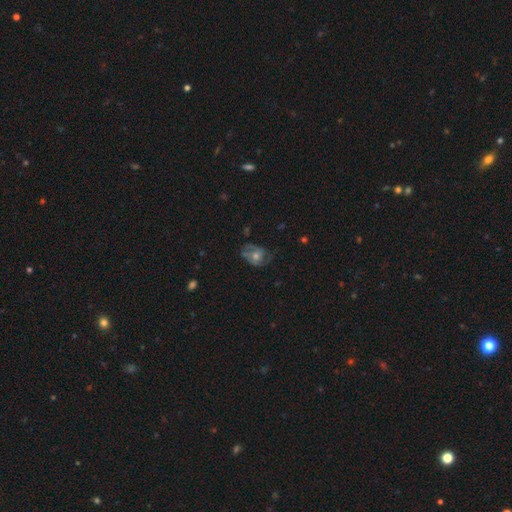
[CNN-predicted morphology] This appears to be a featured or disk galaxy (59%) with no bar (73%), spiral arms (70%) and a moderate central bulge (60%). Merging: none (55%).